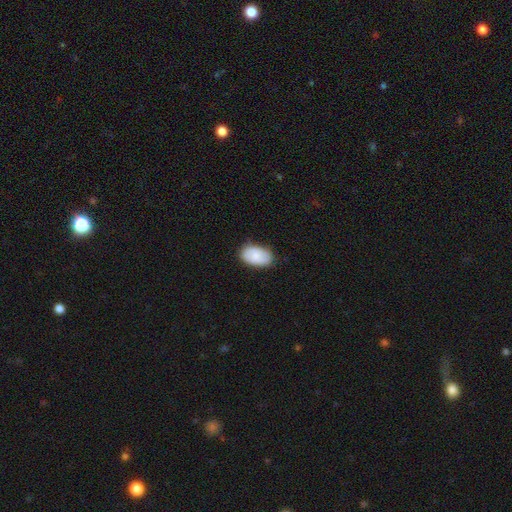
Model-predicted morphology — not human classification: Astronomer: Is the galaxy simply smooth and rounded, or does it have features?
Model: smooth — 75%.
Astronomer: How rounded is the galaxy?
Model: in between — 92%.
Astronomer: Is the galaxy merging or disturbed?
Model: none — 80%.